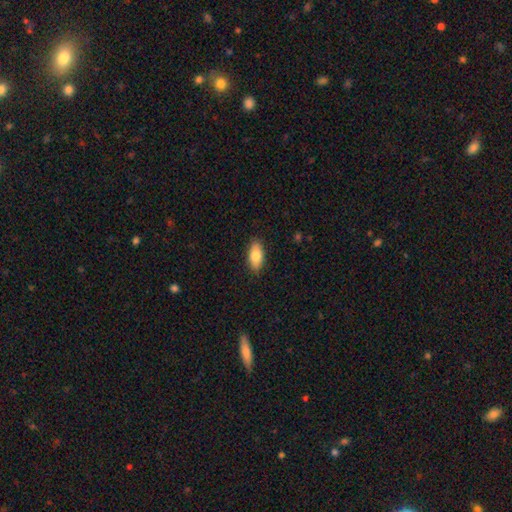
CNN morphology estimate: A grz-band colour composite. It shows a smooth galaxy with no disk features (80%) that is in between round and cigar-shaped (88%). Merging: none (87%).